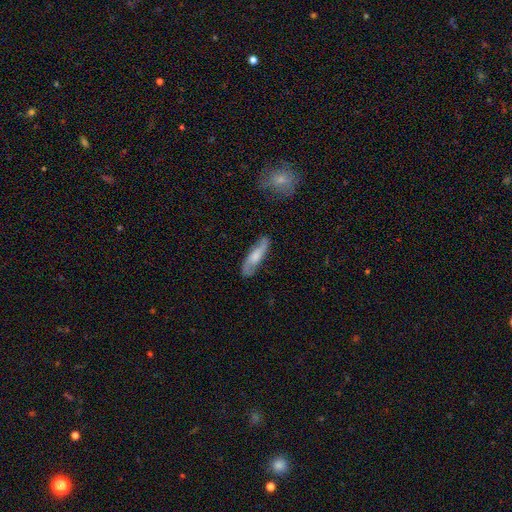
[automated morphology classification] This is possibly a featured or disk galaxy (53%). It is likely not viewed edge-on (74%). Merging: likely none (79%).